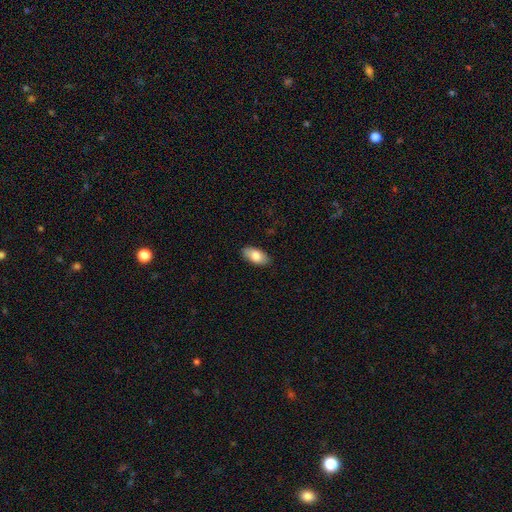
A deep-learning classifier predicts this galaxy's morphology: Smooth or featured?
  - smooth: 82% *
  - featured or disk: 12%
  - star or artifact: 6%
How rounded?
  - in between: 93% *
  - cigar-shaped: 4%
  - round: 3%
Merging?
  - none: 88% *
  - minor disturbance: 9%
  - major disturbance: 2%
  - merger: 1%